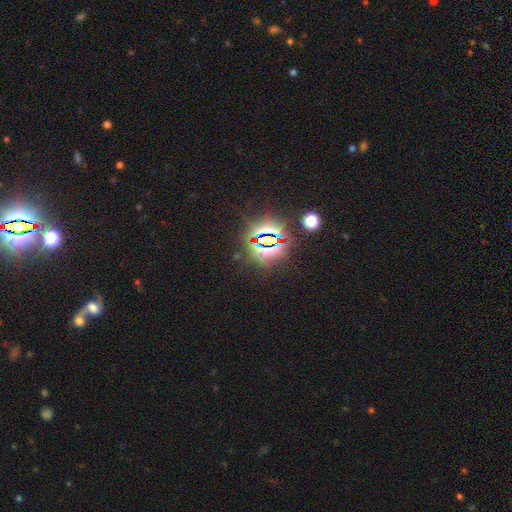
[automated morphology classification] The model was most divided on "smooth or featured": star or artifact: 82%, smooth: 10%, featured or disk: 7%.